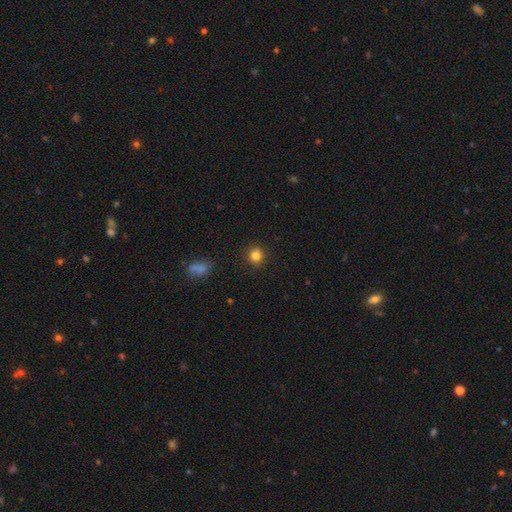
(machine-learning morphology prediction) smooth 82%, star or artifact 12%, featured or disk 5%. Down the decision tree: how rounded — round (89%); merging — none (91%).